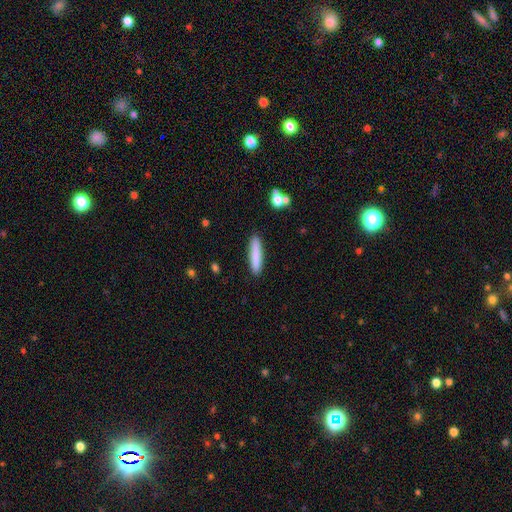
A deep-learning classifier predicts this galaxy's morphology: The model was most divided on "smooth or featured": smooth: 84%, featured or disk: 10%, star or artifact: 6%. More confident: merging — none (90%); how rounded — cigar-shaped (87%).